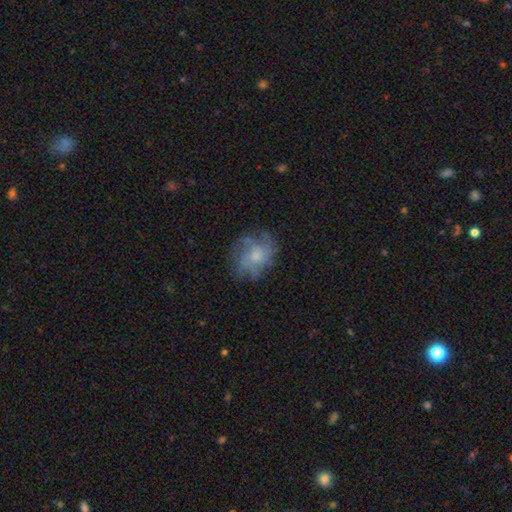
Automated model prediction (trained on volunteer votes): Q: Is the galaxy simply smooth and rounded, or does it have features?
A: featured or disk — 47%.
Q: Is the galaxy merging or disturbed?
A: none — 64%.